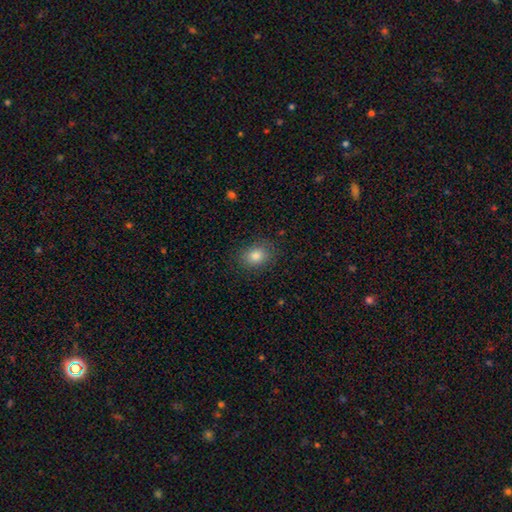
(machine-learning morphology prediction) A smooth galaxy with no disk features (83%) that is in between round and cigar-shaped (59%). Merging: none (85%).